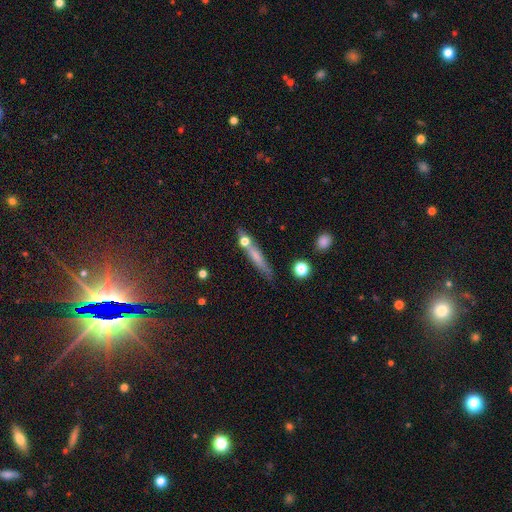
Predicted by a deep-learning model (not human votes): Overall: smooth (55%; featured or disk 35%). How rounded: cigar-shaped (87%). Merging: none (68%).